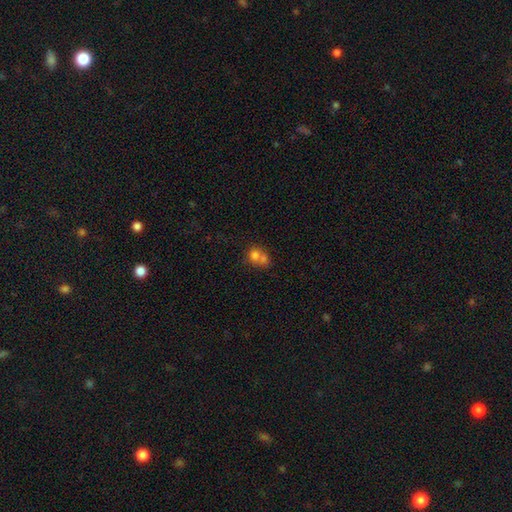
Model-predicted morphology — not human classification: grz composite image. It shows a smooth galaxy with no disk features (72%) that is round (68%). Merging: merger (62%).